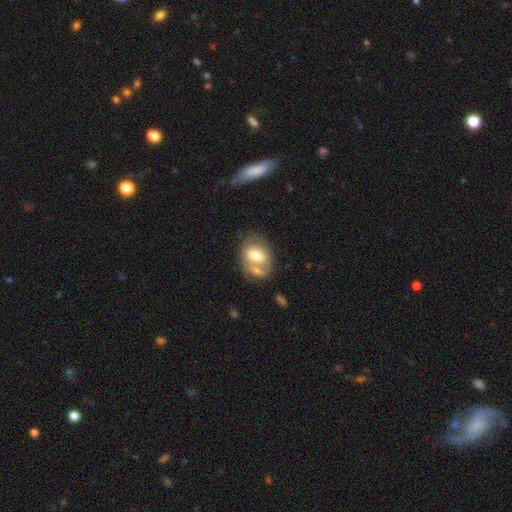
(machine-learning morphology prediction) A smooth galaxy with no disk features (63%) that is in between round and cigar-shaped (70%). Merging: merger (41%).